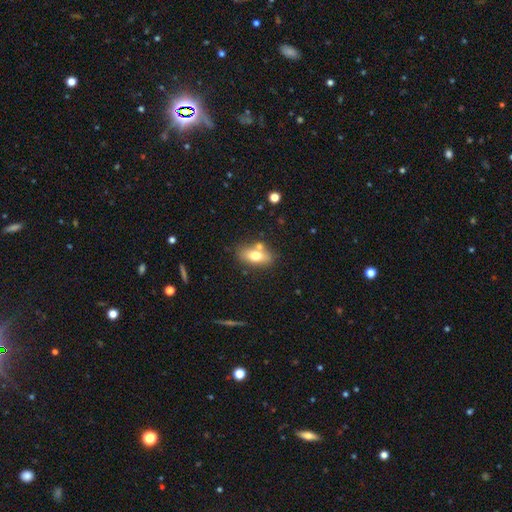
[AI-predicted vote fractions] smooth-or-featured: smooth: 69% | featured or disk: 22% | star or artifact: 9%
  how-rounded: in between: 84% | round: 9% | cigar-shaped: 7%
  merging: none: 65% | merger: 17% | minor disturbance: 14% | major disturbance: 4%